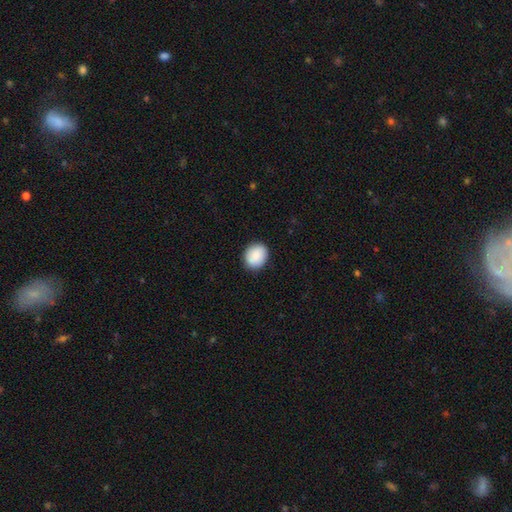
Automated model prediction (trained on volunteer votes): smooth_or_featured: smooth (p=0.89) [alt: star or artifact p=0.07]
how_rounded: round (p=0.65) [alt: in between p=0.34]
merging: none (p=0.88) [alt: minor disturbance p=0.09]